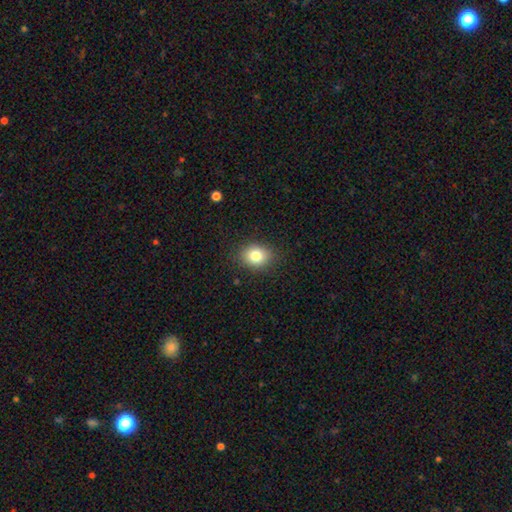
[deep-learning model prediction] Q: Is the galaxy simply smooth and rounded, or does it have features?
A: smooth — 81%.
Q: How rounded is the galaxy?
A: round — 52%.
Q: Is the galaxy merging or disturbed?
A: none — 87%.